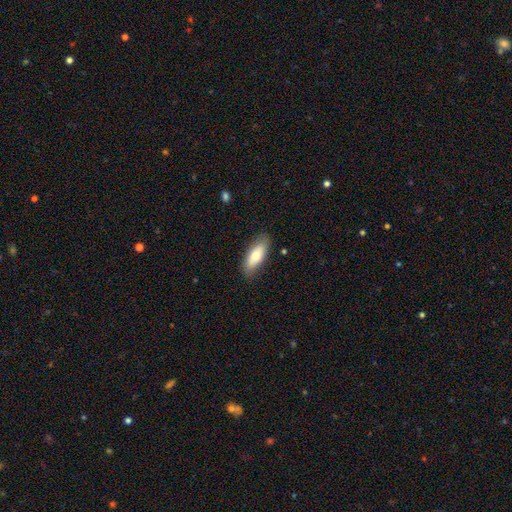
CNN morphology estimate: The model was most divided on "how rounded": in between: 73%, cigar-shaped: 25%, round: 2%. More confident: merging — none (83%); smooth or featured — smooth (74%).